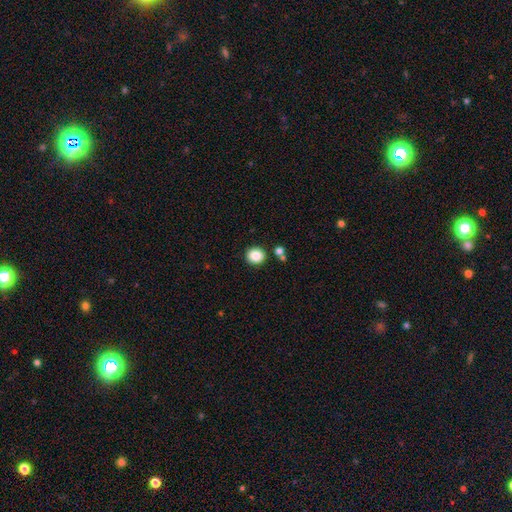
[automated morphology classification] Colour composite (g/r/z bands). It shows a smooth galaxy with no disk features (87%) that is round (82%). Merging: none (86%).